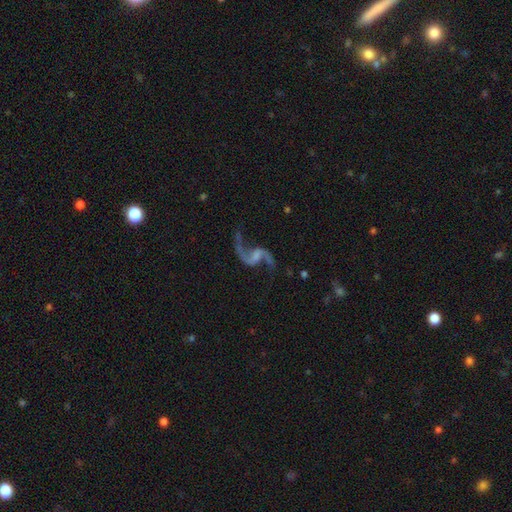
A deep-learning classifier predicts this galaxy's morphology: The model was most divided on "bulge size": none: 42%, small: 36%, moderate: 17%, large: 3%, dominant: 1%. Remaining: edge-on disk — no (97%); spiral arms — yes (97%); spiral arm count — 2 (93%); smooth or featured — featured or disk (91%); spiral winding — loose (83%); merging — none (74%); bar — weak (46%).